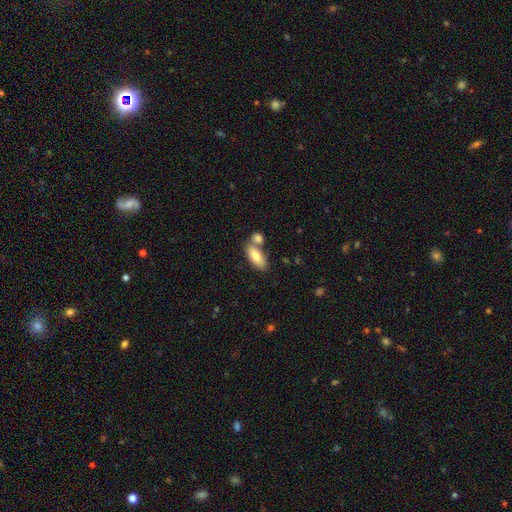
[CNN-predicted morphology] Smooth or featured? smooth (77%)
How rounded? in between (82%)
Merging? none (48%)